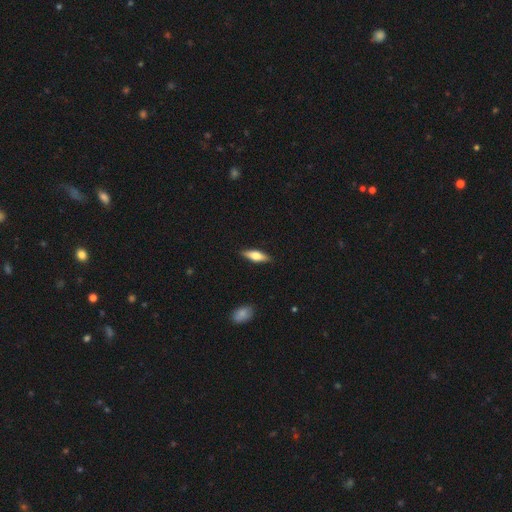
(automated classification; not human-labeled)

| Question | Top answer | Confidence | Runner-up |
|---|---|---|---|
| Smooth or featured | smooth | 58% | featured or disk (36%) |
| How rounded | in between | 51% | cigar-shaped (46%) |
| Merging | none | 87% | minor disturbance (9%) |